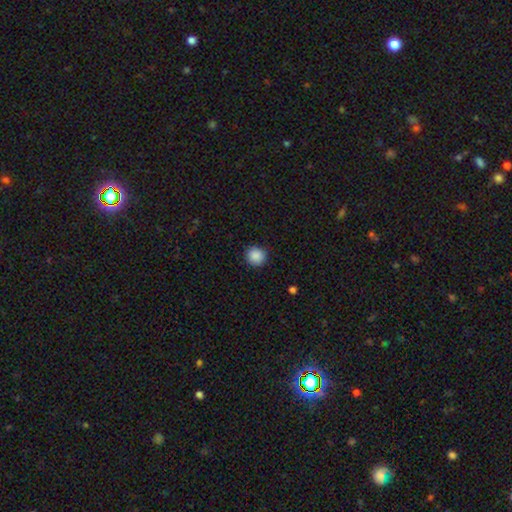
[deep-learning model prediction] The model was most divided on "smooth or featured": smooth: 88%, star or artifact: 9%, featured or disk: 3%. More confident: how rounded — round (93%); merging — none (91%).